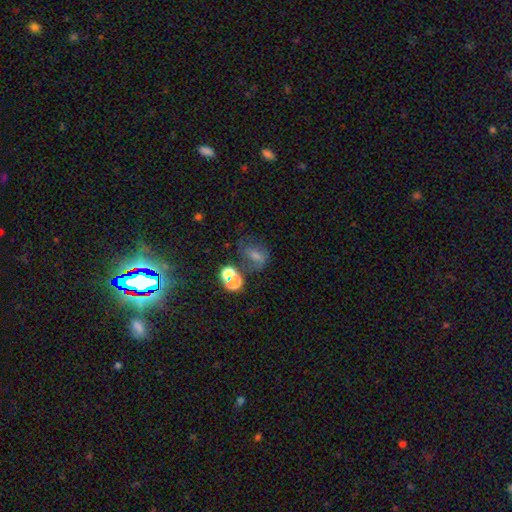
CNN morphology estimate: The model was most divided on "smooth or featured": smooth: 39%, featured or disk: 31%, star or artifact: 31%. More confident: merging — none (51%).